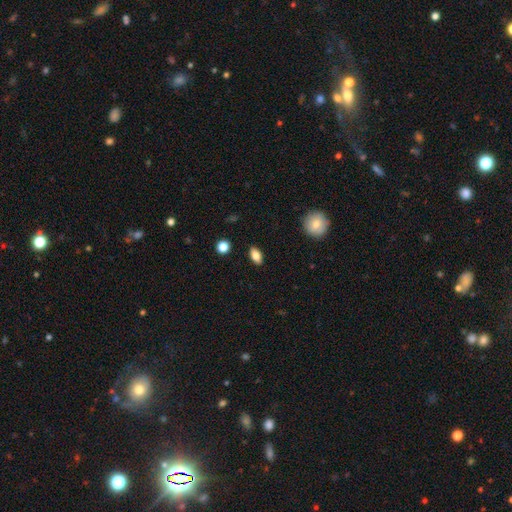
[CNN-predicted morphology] The model was most divided on "smooth or featured": smooth: 82%, featured or disk: 10%, star or artifact: 8%. More confident: merging — none (89%); how rounded — in between (87%).